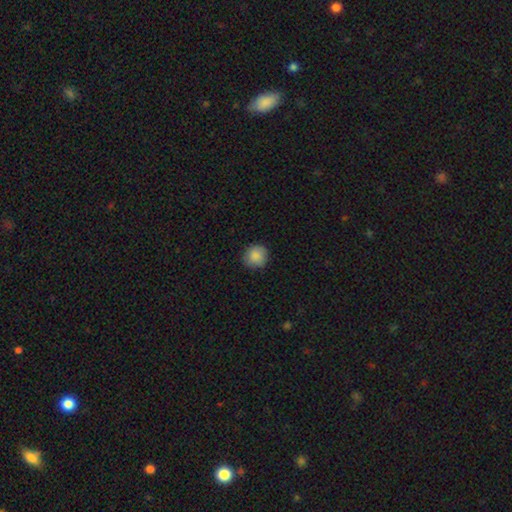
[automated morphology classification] A smooth galaxy with no disk features (87%) that is round (91%). Merging: none (86%).